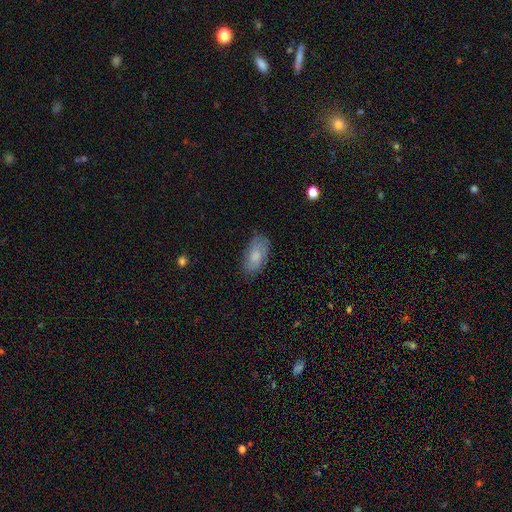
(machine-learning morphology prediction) Overall: smooth (72%). How rounded: in between (93%). Merging: none (75%).